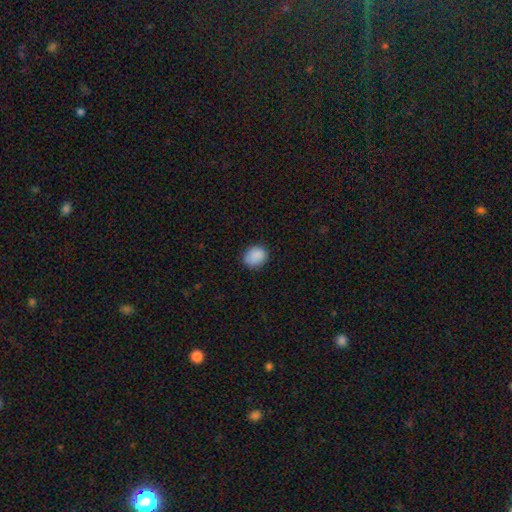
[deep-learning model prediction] Q: Smooth or featured?
A: smooth (88%); runner-up: star or artifact (8%)
Q: How rounded?
A: round (57%); runner-up: in between (42%)
Q: Merging?
A: none (82%); runner-up: minor disturbance (14%)